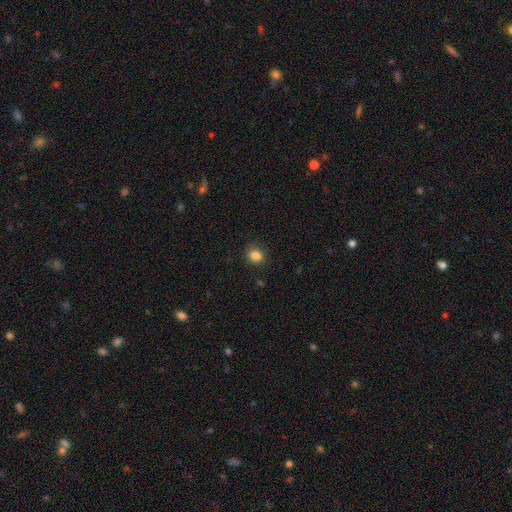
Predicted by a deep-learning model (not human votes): smooth-or-featured: smooth: 84% | star or artifact: 11% | featured or disk: 4%
  how-rounded: round: 78% | in between: 21% | cigar-shaped: 1%
  merging: none: 86% | minor disturbance: 10% | major disturbance: 3% | merger: 1%